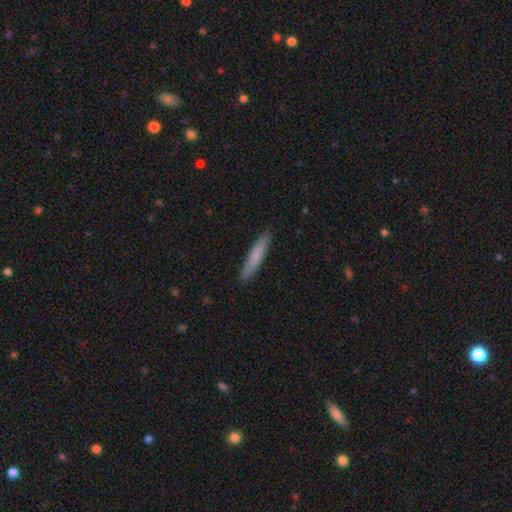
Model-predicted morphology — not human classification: The model was most divided on "smooth or featured": smooth: 75%, featured or disk: 20%, star or artifact: 5%. More confident: how rounded — cigar-shaped (93%); merging — none (90%).